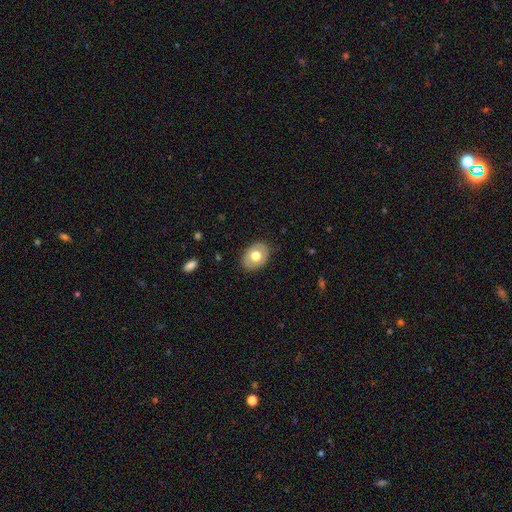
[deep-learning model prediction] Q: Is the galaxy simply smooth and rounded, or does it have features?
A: smooth — 64%.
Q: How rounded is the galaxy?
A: in between — 70%.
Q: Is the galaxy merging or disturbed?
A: none — 85%.